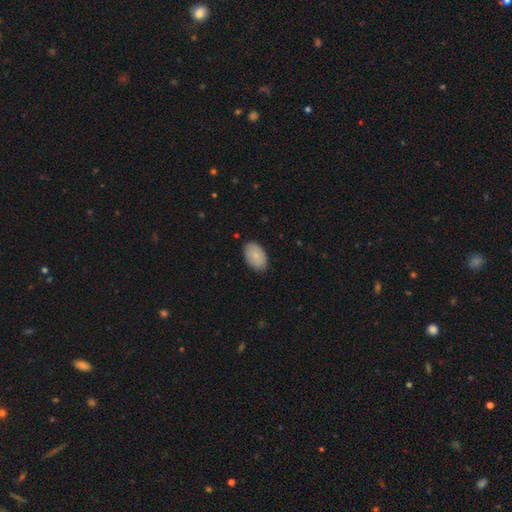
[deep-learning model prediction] A smooth galaxy with no disk features (82%) that is in between round and cigar-shaped (92%). Merging: none (82%).